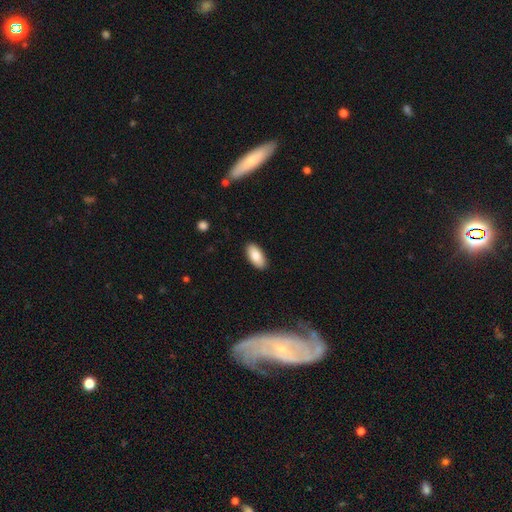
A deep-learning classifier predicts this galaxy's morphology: A smooth galaxy with no disk features (85%) that is in between round and cigar-shaped (92%).

Vote fractions:
- Smooth or featured? smooth: 85% / featured or disk: 9% / star or artifact: 6%
- How rounded? in between: 92% / cigar-shaped: 6% / round: 2%
- Merging? none: 89% / minor disturbance: 8% / major disturbance: 2% / merger: 1%